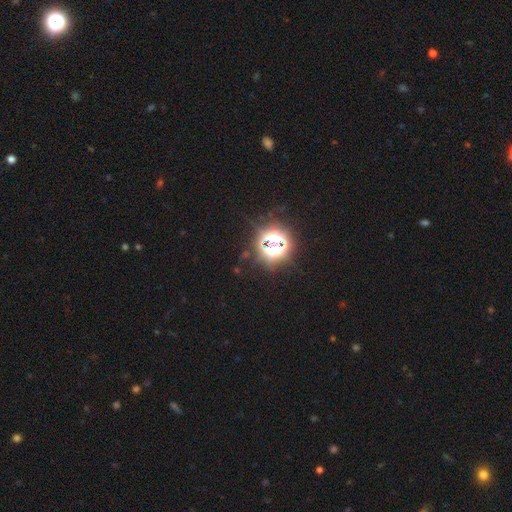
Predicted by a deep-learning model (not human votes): Q: Smooth or featured?
A: star or artifact (82%); runner-up: smooth (12%)